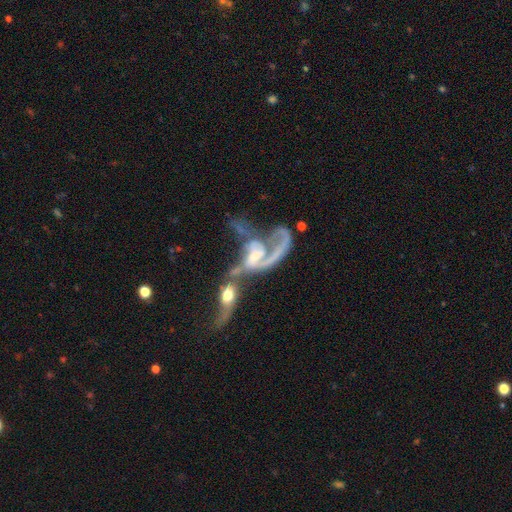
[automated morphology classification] Smooth or featured: featured or disk — 82% (smooth — 11%)
Edge-on disk: no — 93% (yes — 7%)
Bar: no — 54% (weak — 32%)
Spiral arms: yes — 86% (no — 14%)
Spiral winding: loose — 51% (medium — 32%)
Spiral arm count: 2 — 44% (1 — 38%)
Bulge size: moderate — 47% (small — 34%)
Merging: merger — 73% (major disturbance — 15%)